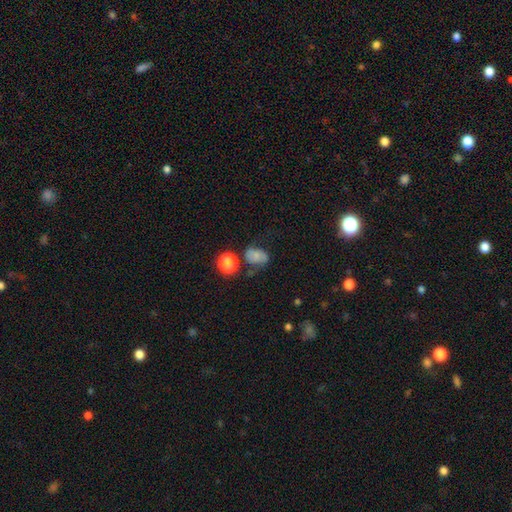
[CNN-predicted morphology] A smooth galaxy with no disk features (60%) that is in between round and cigar-shaped (65%). Merging: none (52%).